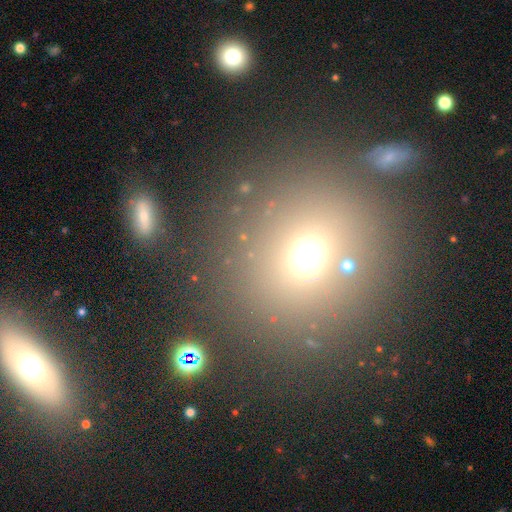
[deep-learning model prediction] smooth 62%, star or artifact 25%, featured or disk 13%. Down the decision tree: how rounded — round (89%); merging — none (80%).